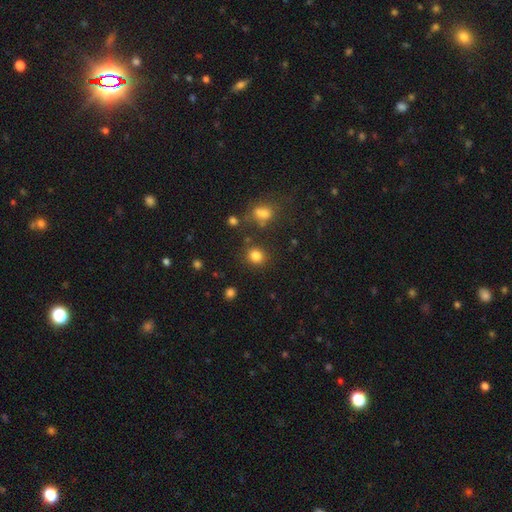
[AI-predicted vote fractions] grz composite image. It shows a smooth galaxy with no disk features (83%) that is round (82%). Merging: none (82%).